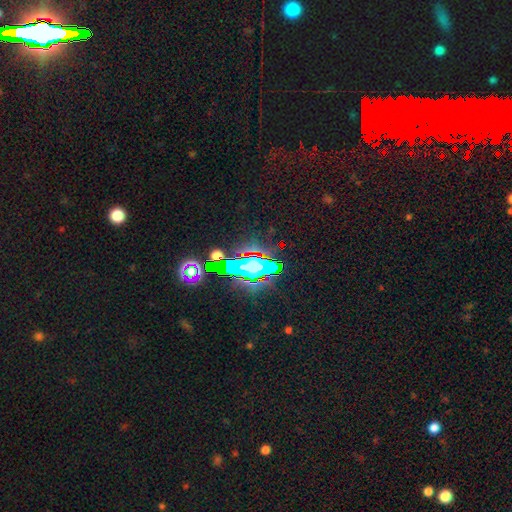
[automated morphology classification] Smooth or featured? Predicted: star or artifact (p=0.80).